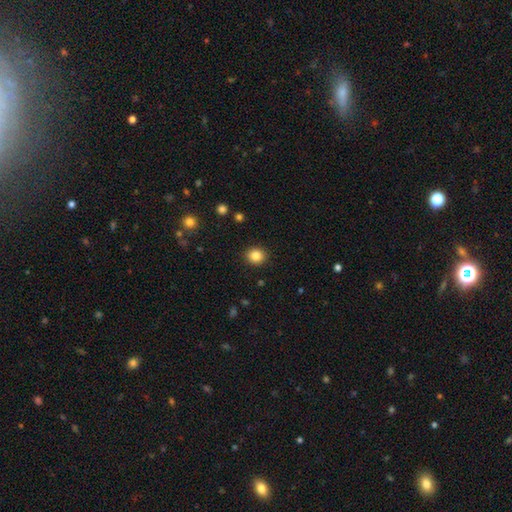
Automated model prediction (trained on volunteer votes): Smooth or featured? smooth (84%)
How rounded? round (82%)
Merging? none (91%)